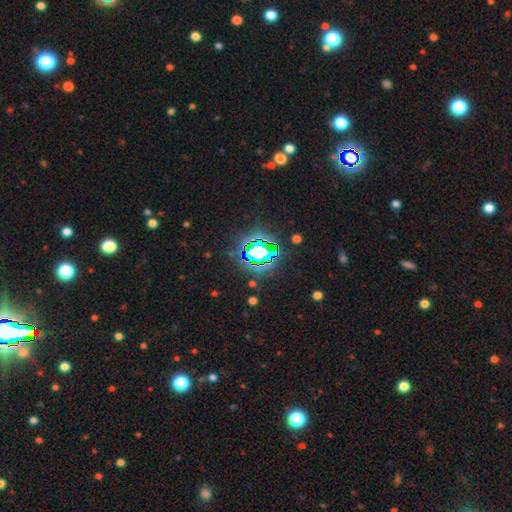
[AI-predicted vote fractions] Morphology: type=star or artifact (73%).